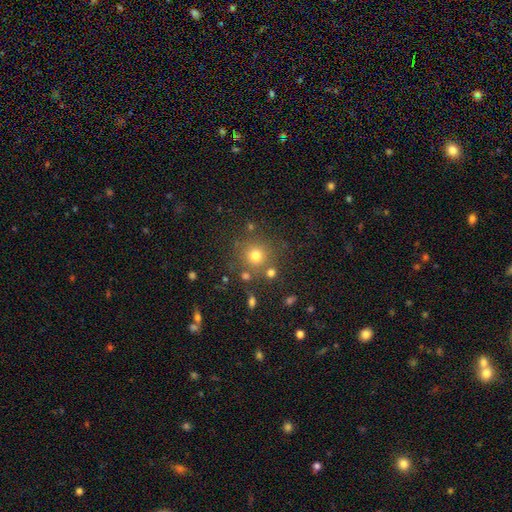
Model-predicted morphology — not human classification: Smooth or featured? Predicted: smooth (p=0.74). How rounded? Predicted: round (p=0.93). Merging? Predicted: none (p=0.79).